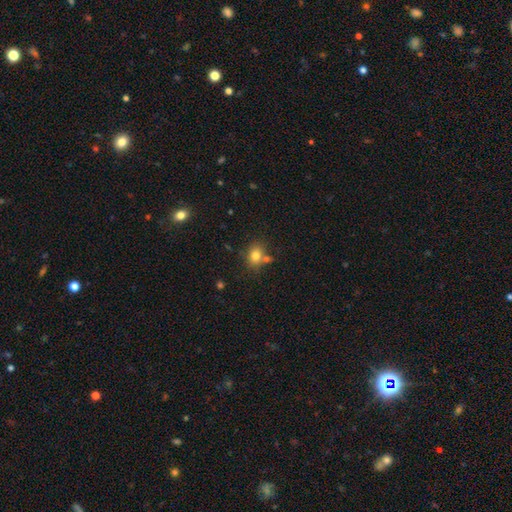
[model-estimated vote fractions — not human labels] Smooth or featured? Predicted: smooth (p=0.79). How rounded? Predicted: round (p=0.51). Merging? Predicted: none (p=0.63).